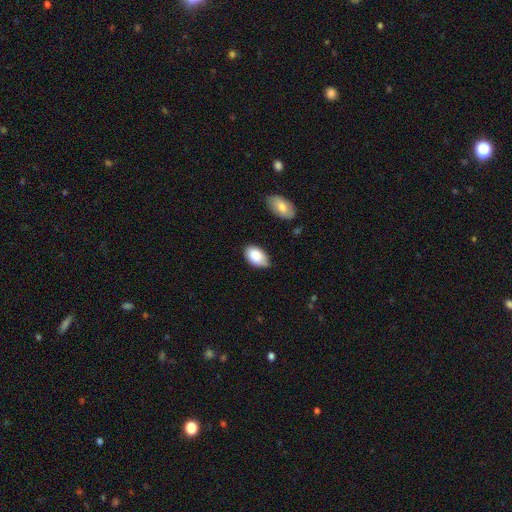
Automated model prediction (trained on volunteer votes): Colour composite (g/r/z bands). It shows a smooth galaxy with no disk features (85%) that is in between round and cigar-shaped (94%). Merging: none (64%).